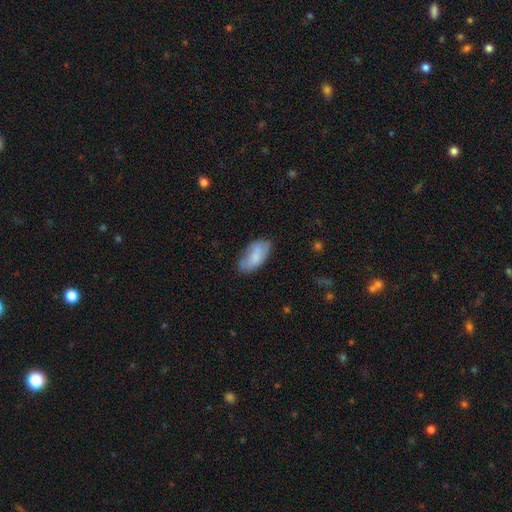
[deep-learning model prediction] This appears to be a smooth galaxy with no disk features (76%) that is in between round and cigar-shaped (93%). Merging: none (65%).